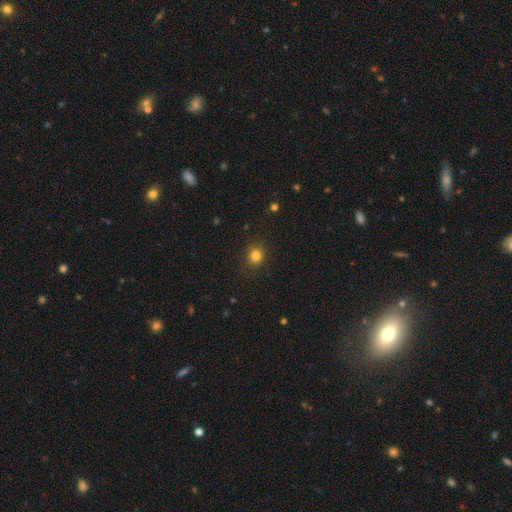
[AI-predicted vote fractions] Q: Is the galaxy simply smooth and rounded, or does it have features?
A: smooth — 82%.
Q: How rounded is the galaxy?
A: round — 87%.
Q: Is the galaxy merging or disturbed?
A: none — 87%.